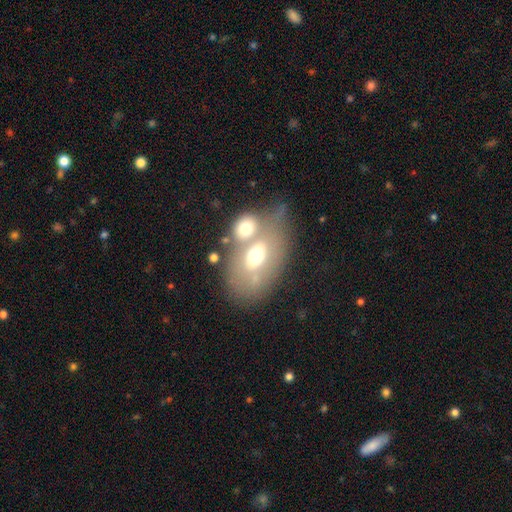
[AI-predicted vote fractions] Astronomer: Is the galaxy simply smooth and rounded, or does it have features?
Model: smooth — 52% (runner-up: featured or disk, 38%).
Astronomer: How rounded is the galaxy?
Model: in between — 82%.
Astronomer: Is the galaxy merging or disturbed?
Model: merger — 53%.